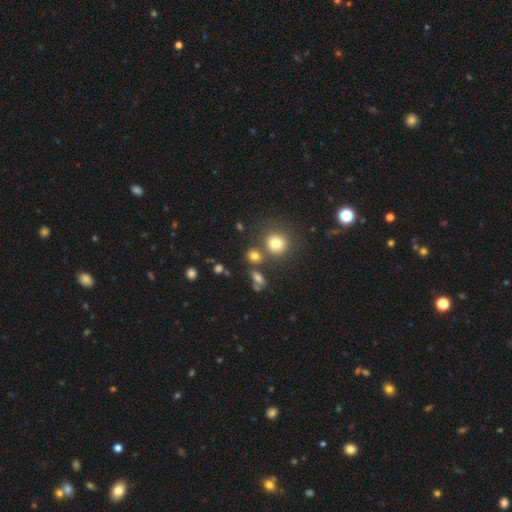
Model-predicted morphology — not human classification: A smooth galaxy with no disk features (65%) that is round (87%). Merging: none (73%).